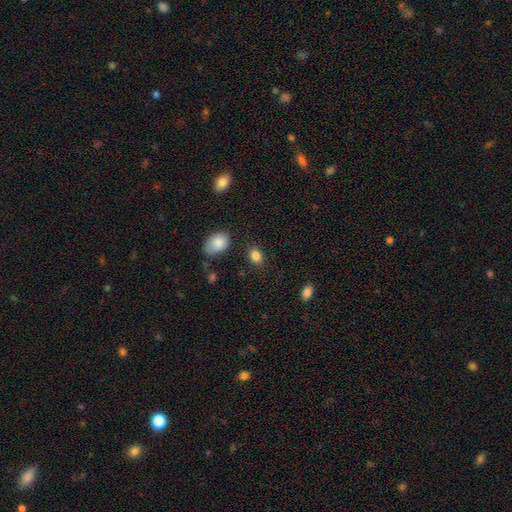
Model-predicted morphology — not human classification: type=smooth (85%); roundness=in between (66%); merging=none (83%).